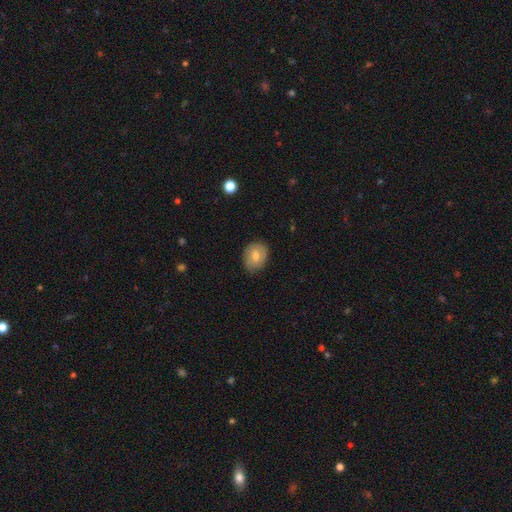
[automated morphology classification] Overall: smooth (71%). How rounded: in between (54%; round 45%). Merging: none (79%).